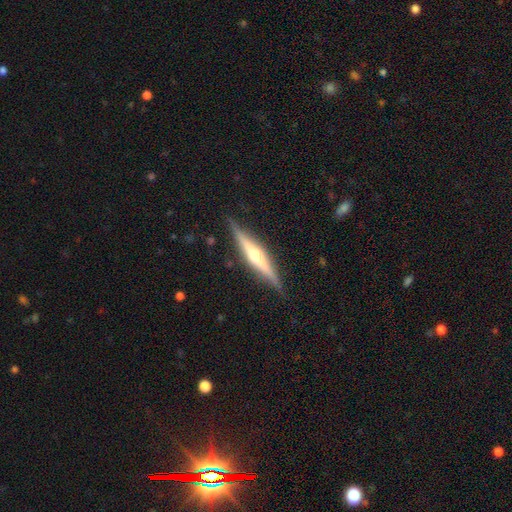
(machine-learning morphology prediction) Q: Smooth or featured?
A: featured or disk (76%); runner-up: smooth (19%)
Q: Edge-on disk?
A: yes (97%); runner-up: no (3%)
Q: Edge-on bulge?
A: rounded (88%); runner-up: none (7%)
Q: Merging?
A: none (88%); runner-up: minor disturbance (9%)